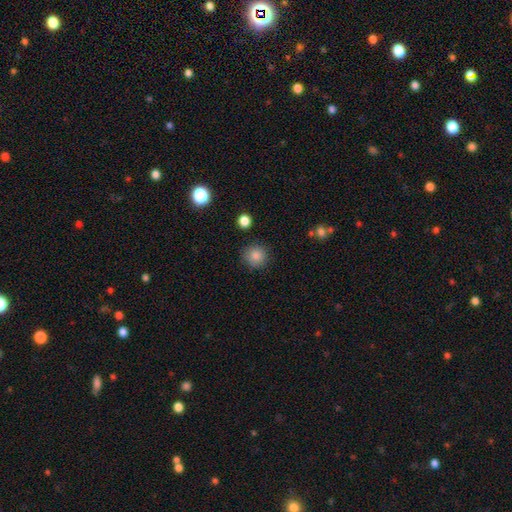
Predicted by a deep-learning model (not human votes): smooth-or-featured: smooth: 85% | star or artifact: 10% | featured or disk: 5%
  how-rounded: round: 93% | in between: 6% | cigar-shaped: 1%
  merging: none: 88% | minor disturbance: 8% | major disturbance: 2% | merger: 2%